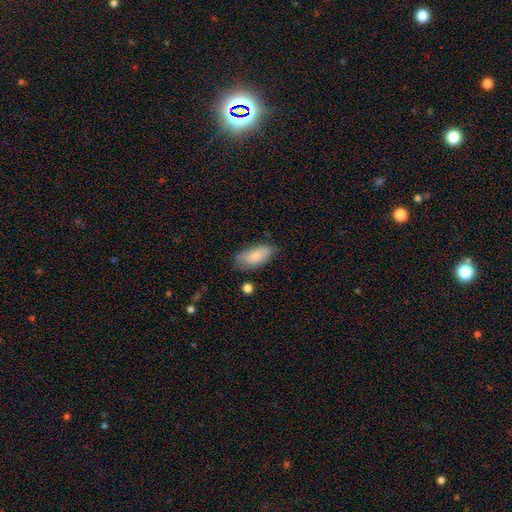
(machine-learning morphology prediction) smooth-or-featured: smooth: 82% | featured or disk: 11% | star or artifact: 6%
  how-rounded: in between: 89% | cigar-shaped: 8% | round: 2%
  merging: none: 68% | minor disturbance: 24% | major disturbance: 5% | merger: 3%